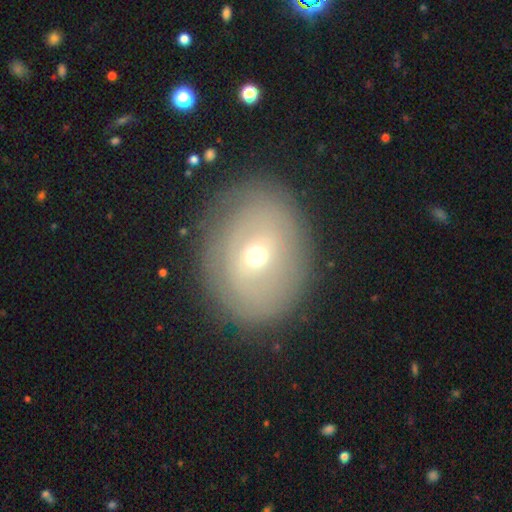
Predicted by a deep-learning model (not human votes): smooth-or-featured: featured or disk: 48% | smooth: 42% | star or artifact: 10%
  merging: none: 79% | minor disturbance: 14% | major disturbance: 6% | merger: 2%